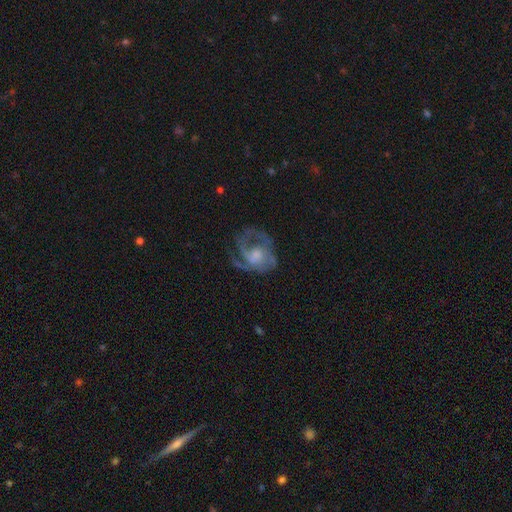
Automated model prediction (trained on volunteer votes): smooth-or-featured: featured or disk: 70% | smooth: 20% | star or artifact: 9%
  disk-edge-on: no: 97% | yes: 3%
    bar: no: 70% | weak: 25% | strong: 5%
    has-spiral-arms: yes: 76% | no: 24%
      spiral-winding: medium: 44% | tight: 34% | loose: 23%
      spiral-arm-count: can't tell: 31% | 2: 25% | 3: 19% | 1: 16% | 4: 5% | more than 4: 4%
    bulge-size: moderate: 43% | small: 27% | none: 15% | large: 14% | dominant: 2%
  merging: none: 47% | major disturbance: 31% | minor disturbance: 20% | merger: 2%